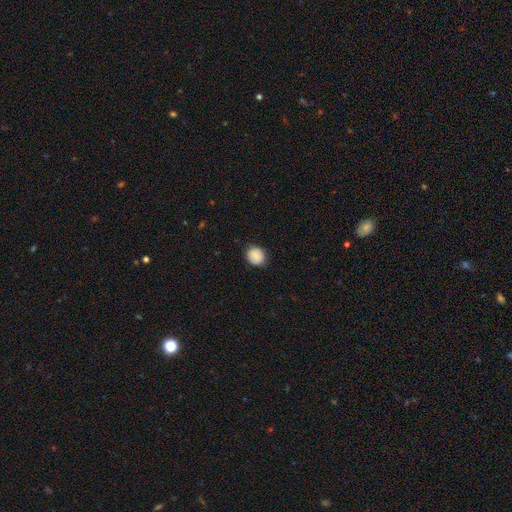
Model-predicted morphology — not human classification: Q: Smooth or featured?
A: smooth (79%); runner-up: featured or disk (13%)
Q: How rounded?
A: round (79%); runner-up: in between (20%)
Q: Merging?
A: none (84%); runner-up: minor disturbance (12%)